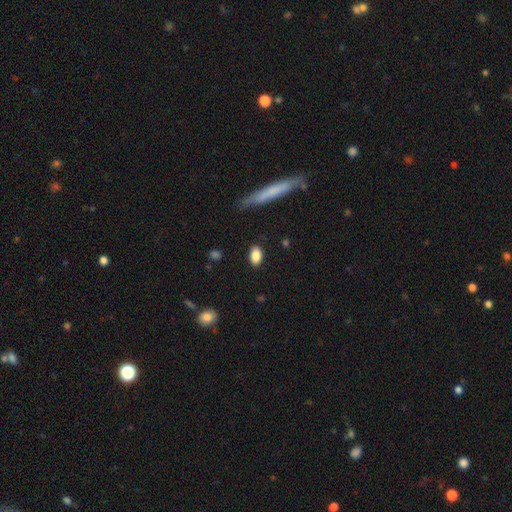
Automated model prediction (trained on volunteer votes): smooth 86%, star or artifact 7%, featured or disk 7%. Down the decision tree: how rounded — in between (88%); merging — none (84%).